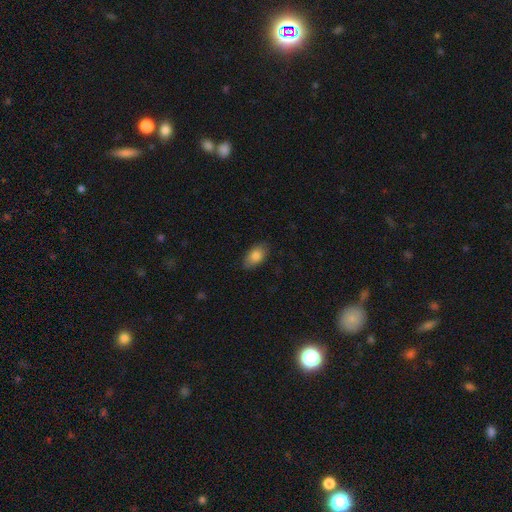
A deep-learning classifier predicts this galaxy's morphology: Smooth or featured? Predicted: smooth (p=0.84). How rounded? Predicted: in between (p=0.92). Merging? Predicted: none (p=0.84).